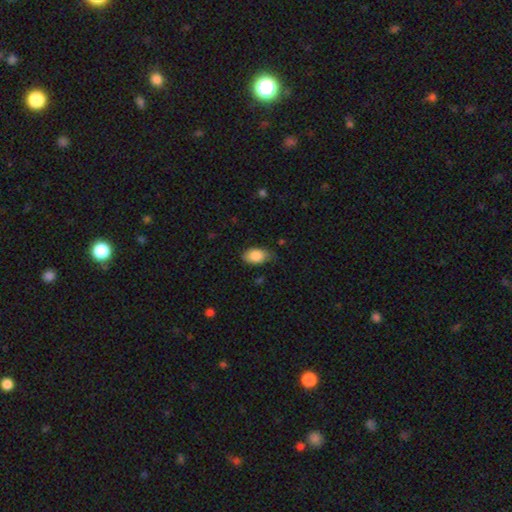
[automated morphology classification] Smooth or featured? Predicted: smooth (p=0.86). How rounded? Predicted: in between (p=0.91). Merging? Predicted: none (p=0.69).